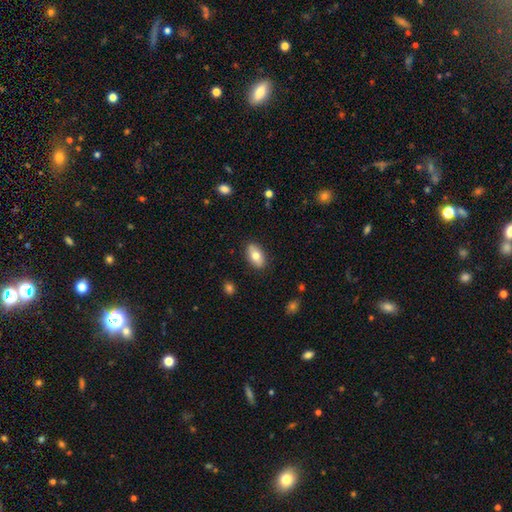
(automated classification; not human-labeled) Overall: smooth (76%). How rounded: in between (91%). Merging: none (86%).